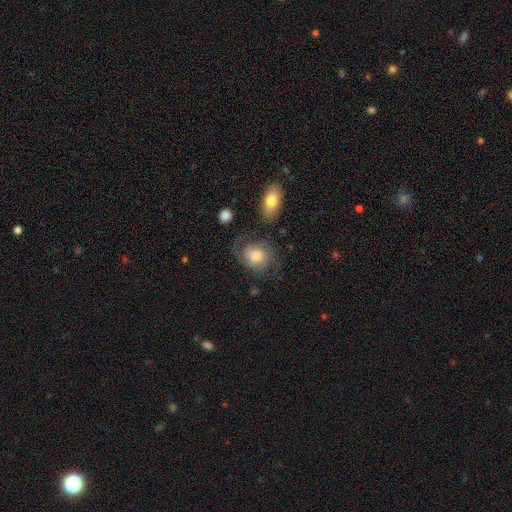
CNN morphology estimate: Q: Smooth or featured?
A: featured or disk (64%); runner-up: smooth (28%)
Q: Edge-on disk?
A: no (97%); runner-up: yes (3%)
Q: Bar?
A: no (72%); runner-up: weak (25%)
Q: Spiral arms?
A: yes (92%); runner-up: no (8%)
Q: Spiral winding?
A: medium (47%); runner-up: tight (30%)
Q: Spiral arm count?
A: 2 (80%); runner-up: can't tell (8%)
Q: Bulge size?
A: moderate (49%); runner-up: large (25%)
Q: Merging?
A: none (61%); runner-up: minor disturbance (20%)